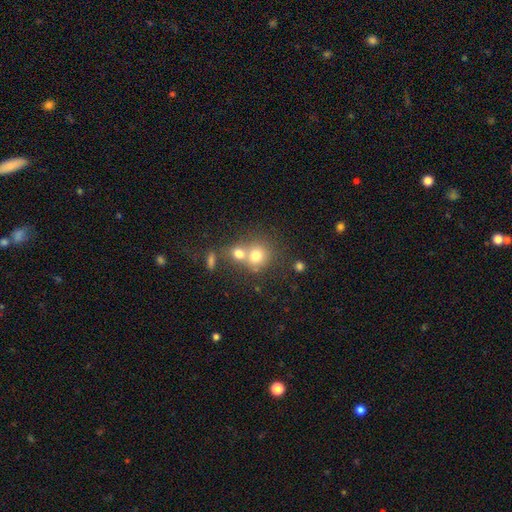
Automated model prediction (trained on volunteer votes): Overall: smooth (73%). How rounded: round (79%). Merging: merger (53%; none 36%).